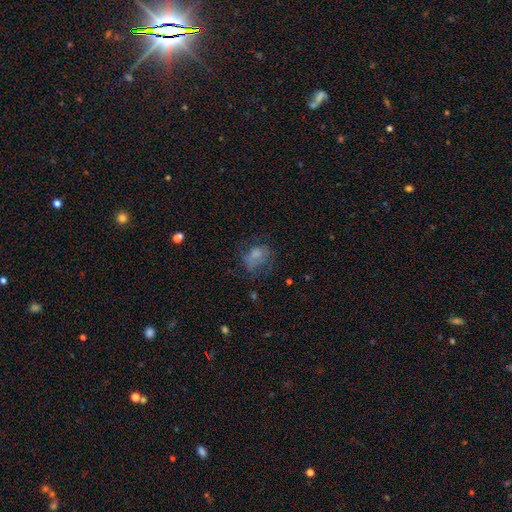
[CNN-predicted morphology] A smooth galaxy with no disk features (59%) that is in between round and cigar-shaped (52%). Merging: none (41%).